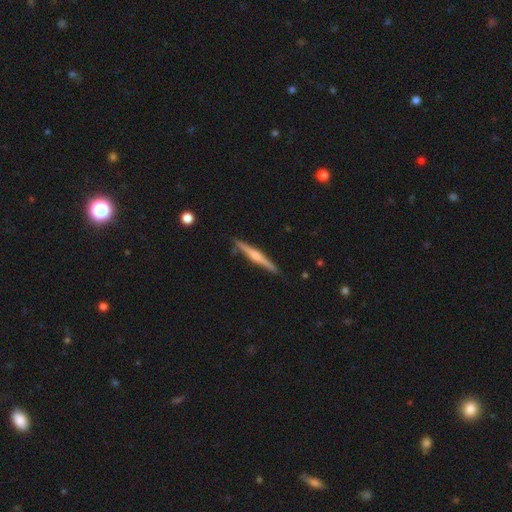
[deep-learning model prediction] smooth_or_featured: featured or disk (p=0.68) [alt: smooth p=0.26]
disk_edge_on: yes (p=0.98) [alt: no p=0.02]
edge_on_bulge: rounded (p=0.78) [alt: boxy p=0.12]
merging: none (p=0.88) [alt: minor disturbance p=0.08]